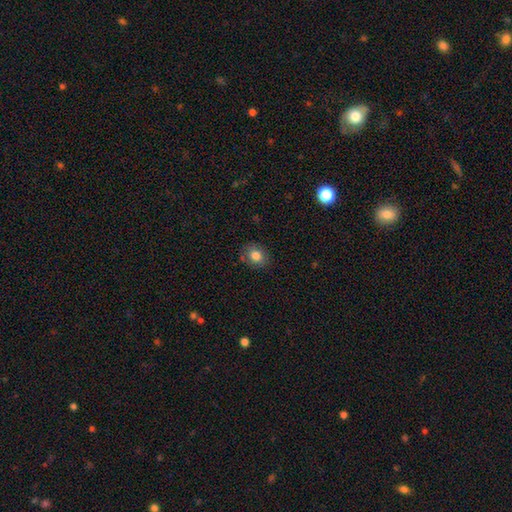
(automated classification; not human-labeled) A smooth galaxy with no disk features (81%) that is round (51%). Merging: none (82%).